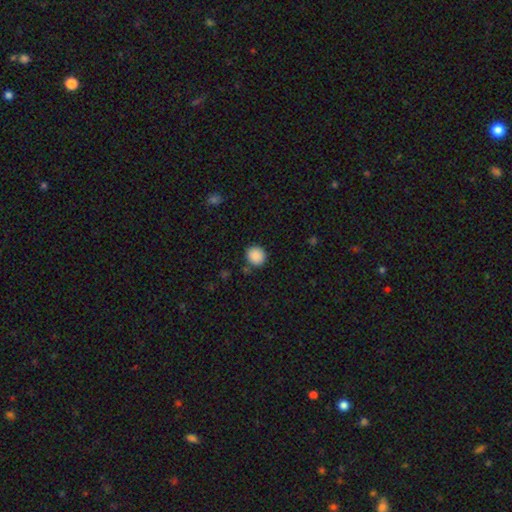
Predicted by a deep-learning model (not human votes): smooth_or_featured: smooth (p=0.89) [alt: star or artifact p=0.08]
how_rounded: round (p=0.80) [alt: in between p=0.19]
merging: none (p=0.84) [alt: minor disturbance p=0.10]